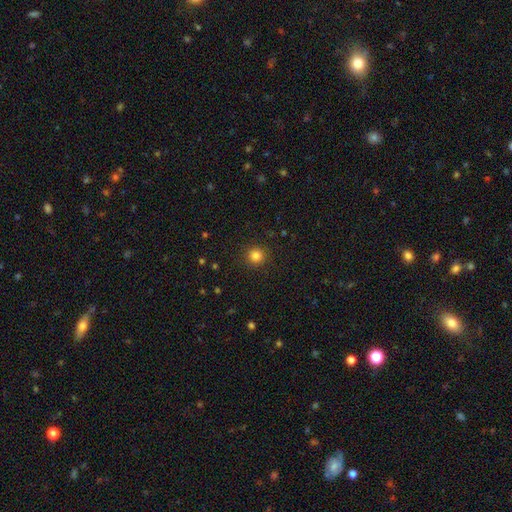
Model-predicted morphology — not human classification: smooth_or_featured: smooth (p=0.83) [alt: star or artifact p=0.13]
how_rounded: round (p=0.94) [alt: in between p=0.05]
merging: none (p=0.91) [alt: minor disturbance p=0.06]